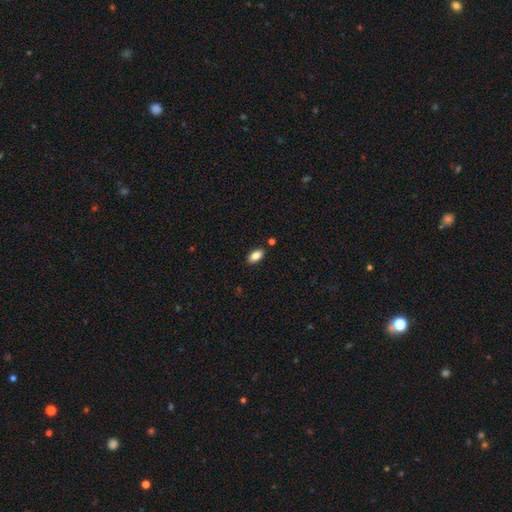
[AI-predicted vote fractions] A smooth galaxy with no disk features (86%) that is in between round and cigar-shaped (92%).

Vote fractions:
- Smooth or featured? smooth: 86% / star or artifact: 8% / featured or disk: 7%
- How rounded? in between: 92% / round: 4% / cigar-shaped: 4%
- Merging? none: 86% / minor disturbance: 9% / merger: 3% / major disturbance: 2%